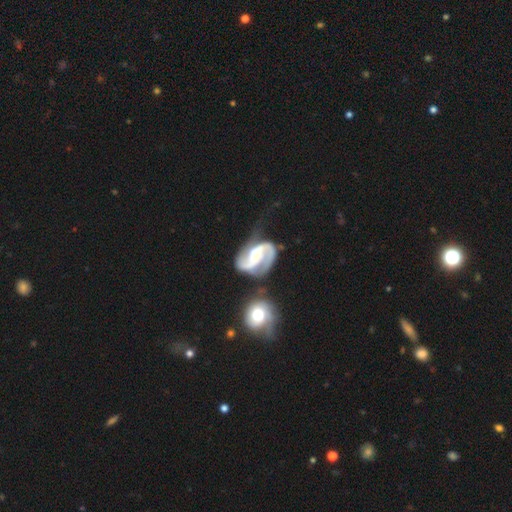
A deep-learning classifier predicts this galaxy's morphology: A featured or disk galaxy (90%) with a weak bar (39%), 2 (92%) medium (51%) spiral arms (97%) and a moderate central bulge (35%).

Vote fractions:
- Smooth or featured? featured or disk: 90% / smooth: 5% / star or artifact: 4%
- Edge-on disk? no: 98% / yes: 2%
- Bar? weak: 39% / no: 33% / strong: 28%
- Spiral arms? yes: 97% / no: 3%
- Spiral winding? medium: 51% / loose: 33% / tight: 17%
- Spiral arm count? 2: 92% / 1: 2% / can't tell: 2% / 3: 2% / 4: 1% / more than 4: 1%
- Bulge size? moderate: 35% / small: 26% / none: 19% / large: 18% / dominant: 3%
- Merging? none: 44% / minor disturbance: 21% / major disturbance: 18% / merger: 17%